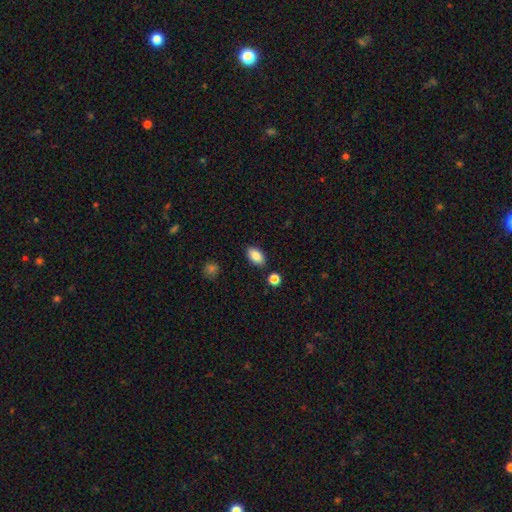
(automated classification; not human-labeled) Smooth or featured?
  - smooth: 86% *
  - star or artifact: 8%
  - featured or disk: 6%
How rounded?
  - in between: 91% *
  - round: 6%
  - cigar-shaped: 3%
Merging?
  - none: 85% *
  - minor disturbance: 9%
  - merger: 3%
  - major disturbance: 2%